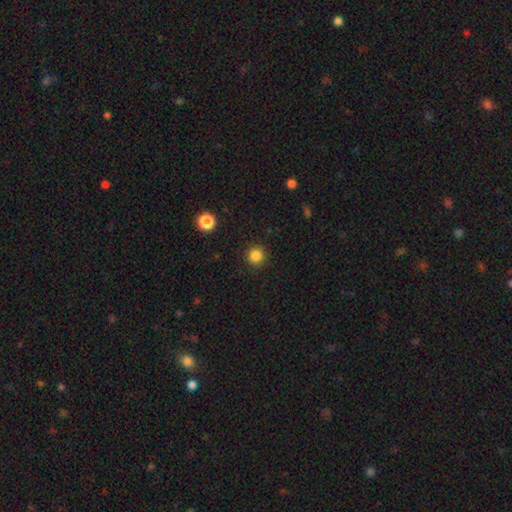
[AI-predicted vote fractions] The model was most divided on "smooth or featured": smooth: 84%, star or artifact: 12%, featured or disk: 4%. More confident: how rounded — round (95%); merging — none (92%).